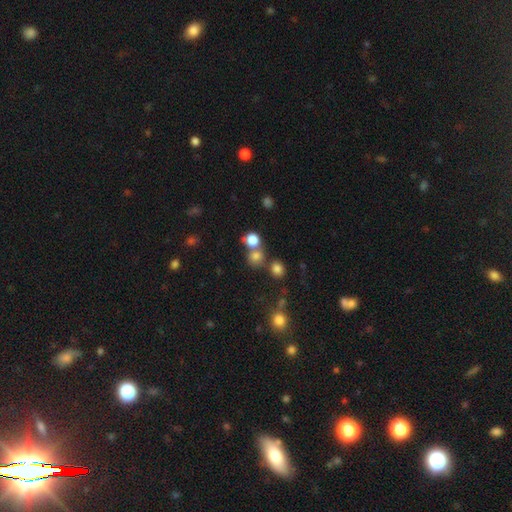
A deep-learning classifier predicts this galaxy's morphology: A smooth galaxy with no disk features (75%) that is round (83%).

Vote fractions:
- Smooth or featured? smooth: 75% / star or artifact: 18% / featured or disk: 7%
- How rounded? round: 83% / in between: 16% / cigar-shaped: 1%
- Merging? none: 60% / merger: 27% / minor disturbance: 9% / major disturbance: 4%